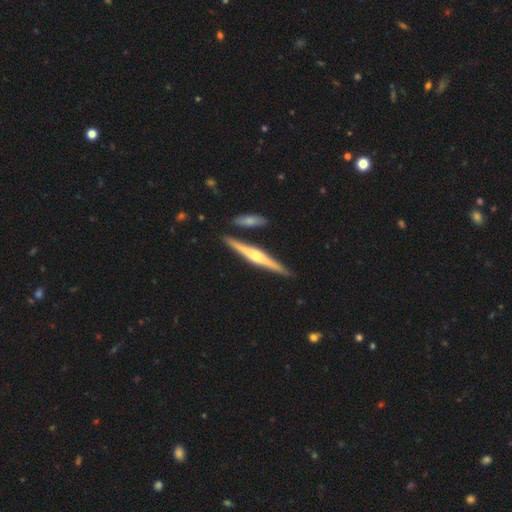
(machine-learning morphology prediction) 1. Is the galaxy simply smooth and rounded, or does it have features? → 77% featured or disk, 18% smooth, 5% star or artifact.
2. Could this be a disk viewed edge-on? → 98% yes, 2% no.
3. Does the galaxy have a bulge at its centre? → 90% rounded, 5% none, 5% boxy.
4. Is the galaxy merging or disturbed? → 87% none, 7% minor disturbance, 5% merger, 2% major disturbance.